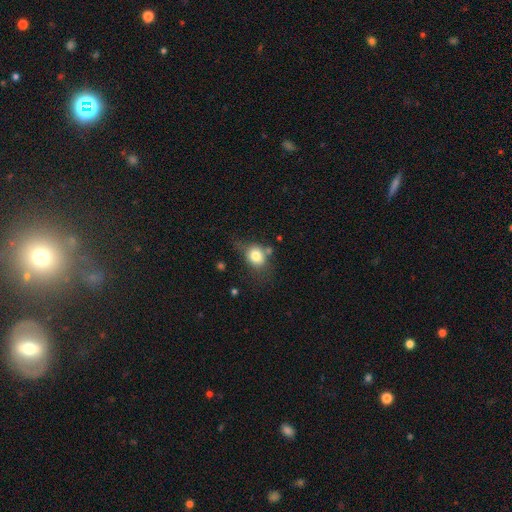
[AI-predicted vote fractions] Smooth or featured? Predicted: smooth (p=0.78). How rounded? Predicted: round (p=0.54). Merging? Predicted: none (p=0.50).